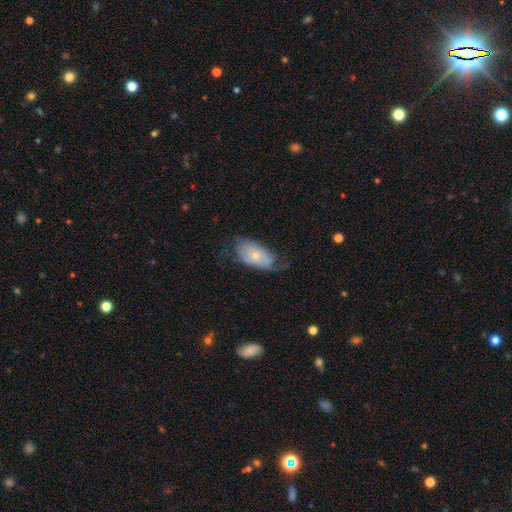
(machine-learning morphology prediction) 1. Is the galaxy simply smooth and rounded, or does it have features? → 50% smooth, 43% featured or disk, 7% star or artifact.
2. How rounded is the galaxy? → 92% in between, 5% round, 3% cigar-shaped.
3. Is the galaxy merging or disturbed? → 48% none, 32% minor disturbance, 19% major disturbance, 2% merger.